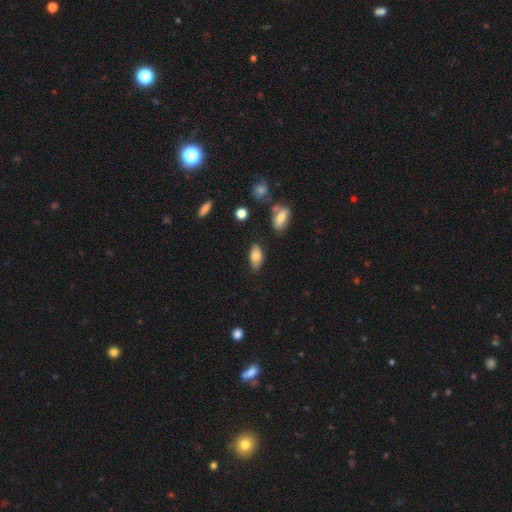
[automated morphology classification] Smooth or featured? smooth (79%)
How rounded? in between (92%)
Merging? none (73%)